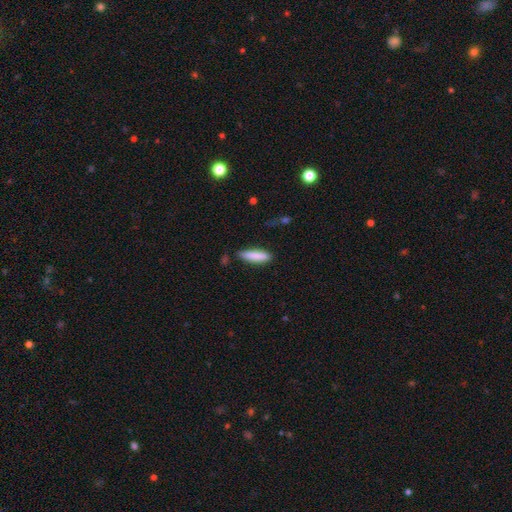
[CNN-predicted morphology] type=smooth (85%); roundness=cigar-shaped (70%); merging=none (80%).